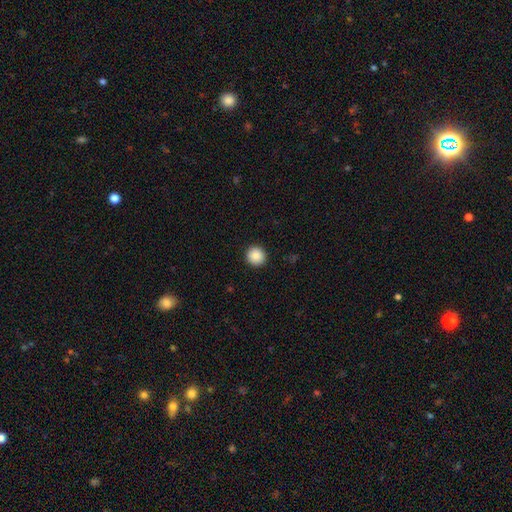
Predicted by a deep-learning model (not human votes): smooth_or_featured: smooth (p=0.88) [alt: star or artifact p=0.08]
how_rounded: round (p=0.94) [alt: in between p=0.05]
merging: none (p=0.93) [alt: minor disturbance p=0.05]